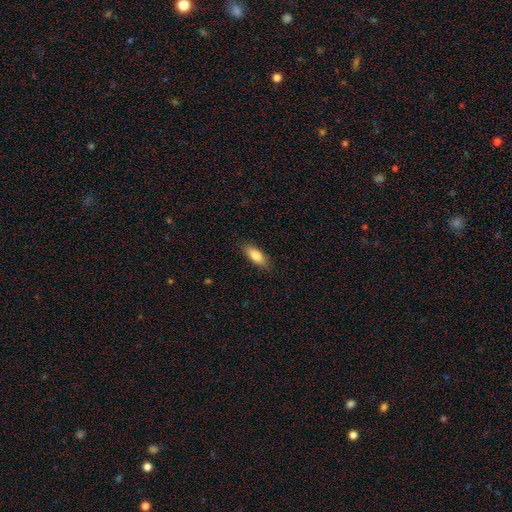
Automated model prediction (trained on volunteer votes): A smooth galaxy with no disk features (82%) that is in between round and cigar-shaped (72%).

Vote fractions:
- Smooth or featured? smooth: 82% / featured or disk: 12% / star or artifact: 6%
- How rounded? in between: 72% / cigar-shaped: 25% / round: 2%
- Merging? none: 85% / minor disturbance: 12% / major disturbance: 3% / merger: 1%